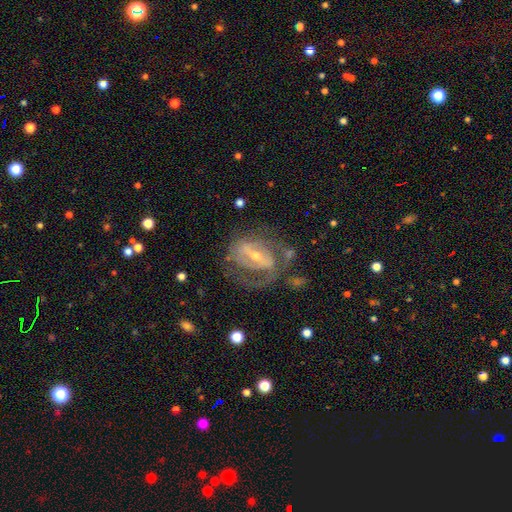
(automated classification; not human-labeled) The model was most divided on "spiral winding": tight: 42%, medium: 40%, loose: 18%. Remaining: edge-on disk — no (94%); smooth or featured — featured or disk (82%); spiral arms — yes (79%); bulge size — small (56%); bar — strong (51%); spiral arm count — 2 (48%); merging — none (45%).